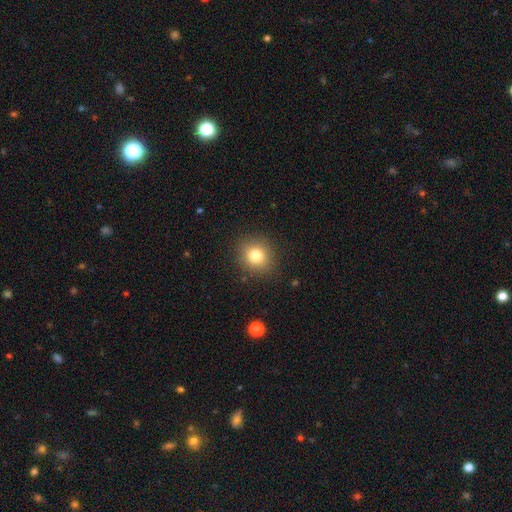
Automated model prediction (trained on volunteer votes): Smooth or featured? Predicted: smooth (p=0.80). How rounded? Predicted: round (p=0.83). Merging? Predicted: none (p=0.88).